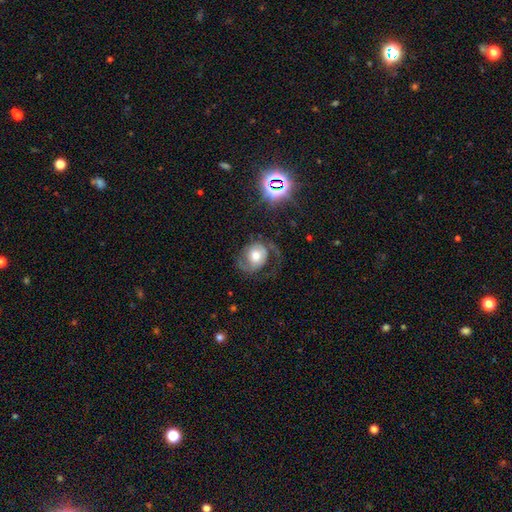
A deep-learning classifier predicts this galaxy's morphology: Smooth or featured? featured or disk (61%)
Edge-on disk? no (97%)
Bar? no (68%)
Spiral arms? yes (85%)
Bulge size? moderate (61%)
Merging? none (50%)